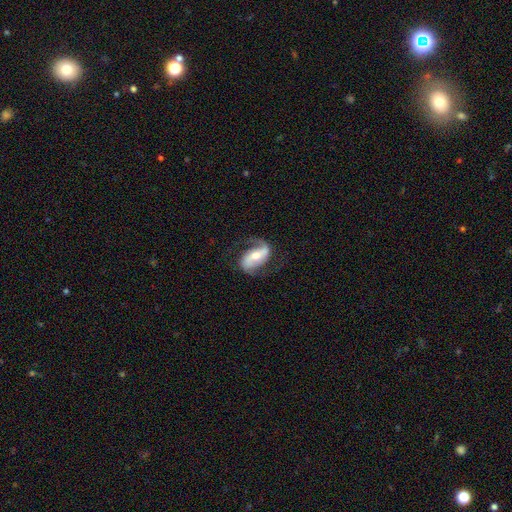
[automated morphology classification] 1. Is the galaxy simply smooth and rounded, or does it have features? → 79% featured or disk, 16% smooth, 6% star or artifact.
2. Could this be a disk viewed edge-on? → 94% no, 6% yes.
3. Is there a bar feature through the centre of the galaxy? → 45% strong, 31% weak, 24% no.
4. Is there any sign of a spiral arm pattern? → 92% yes, 8% no.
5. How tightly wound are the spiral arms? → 47% loose, 39% medium, 15% tight.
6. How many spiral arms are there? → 84% 2, 9% 1, 4% can't tell, 1% 3, 1% 4, 1% more than 4.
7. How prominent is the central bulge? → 59% moderate, 32% small, 6% large, 2% none, 1% dominant.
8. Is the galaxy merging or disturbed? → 67% none, 18% minor disturbance, 13% major disturbance, 1% merger.